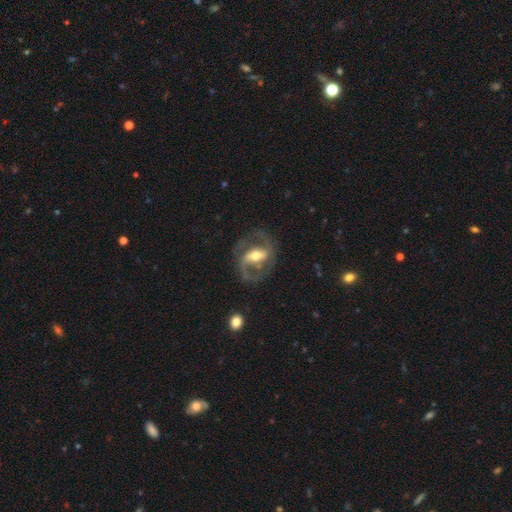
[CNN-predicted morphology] A featured or disk galaxy (87%) with a strong bar (47%), 2 (89%) medium (57%) spiral arms (94%) and a moderate central bulge (68%). Merging: none (73%).